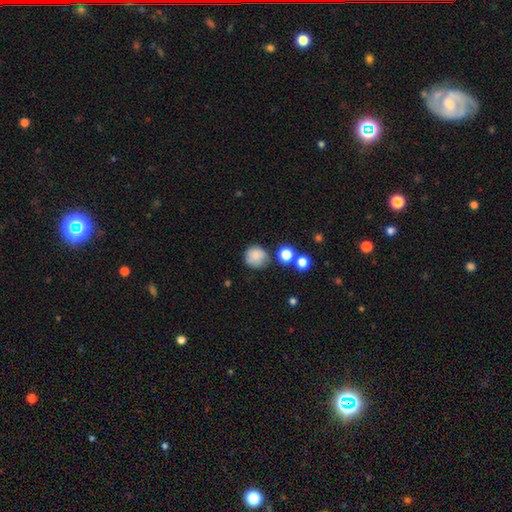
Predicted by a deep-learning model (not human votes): A smooth galaxy with no disk features (82%) that is round (91%). Merging: none (74%).